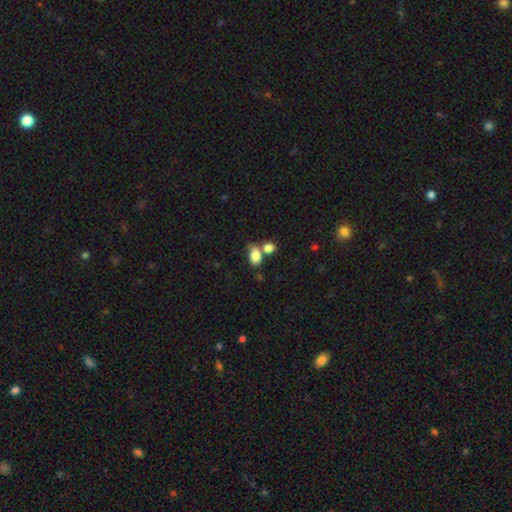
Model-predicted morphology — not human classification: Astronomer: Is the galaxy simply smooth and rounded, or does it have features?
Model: smooth — 82%.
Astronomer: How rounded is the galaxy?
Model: in between — 83%.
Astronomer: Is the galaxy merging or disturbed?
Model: merger — 43% (runner-up: none, 37%).